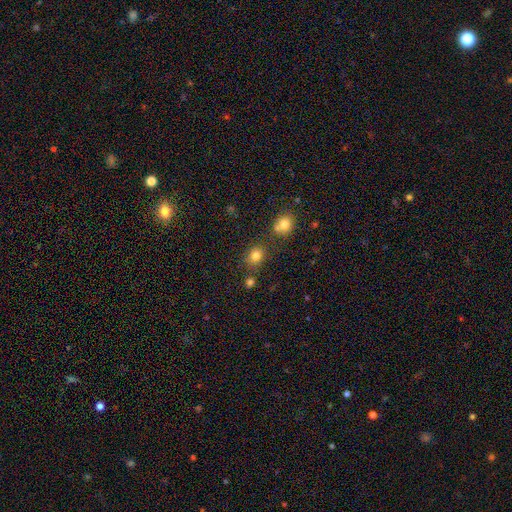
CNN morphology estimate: Overall: smooth (80%). How rounded: round (63%; in between 36%). Merging: none (75%).